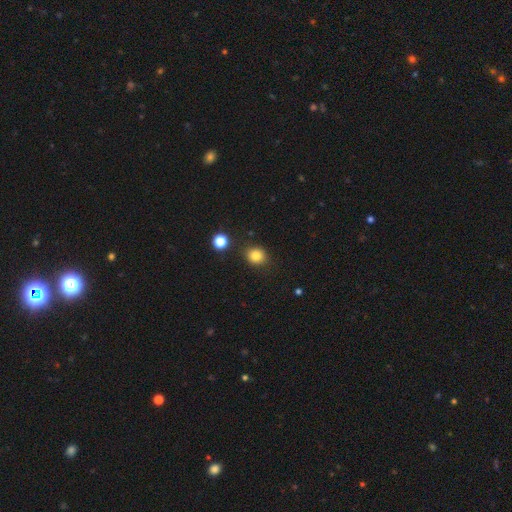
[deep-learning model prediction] A smooth galaxy with no disk features (83%) that is round (77%). Merging: none (85%).